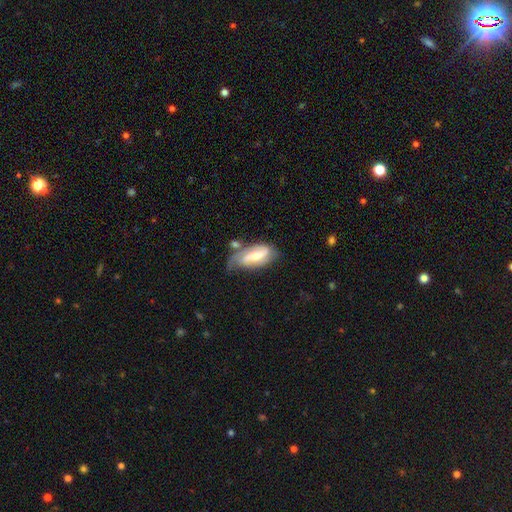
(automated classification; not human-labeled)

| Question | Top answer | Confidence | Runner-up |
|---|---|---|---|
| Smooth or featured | featured or disk | 67% | smooth (27%) |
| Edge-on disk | no | 91% | yes (9%) |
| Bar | strong | 40% | tied: weak (40%) |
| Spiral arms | yes | 89% | no (11%) |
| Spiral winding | medium | 42% | loose (30%) |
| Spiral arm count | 2 | 70% | 1 (14%) |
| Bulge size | moderate | 43% | small (39%) |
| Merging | none | 42% | minor disturbance (31%) |